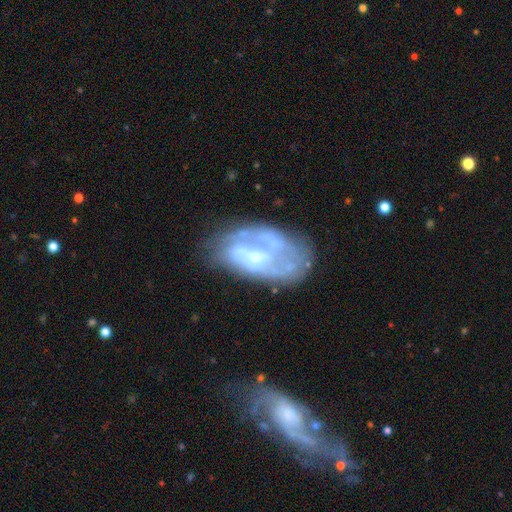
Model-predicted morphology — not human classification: Q: Smooth or featured?
A: featured or disk (72%); runner-up: smooth (20%)
Q: Edge-on disk?
A: no (96%); runner-up: yes (4%)
Q: Bar?
A: no (55%); runner-up: weak (34%)
Q: Spiral arms?
A: yes (57%); runner-up: no (43%)
Q: Bulge size?
A: small (48%); runner-up: moderate (34%)
Q: Merging?
A: none (49%); runner-up: minor disturbance (24%)